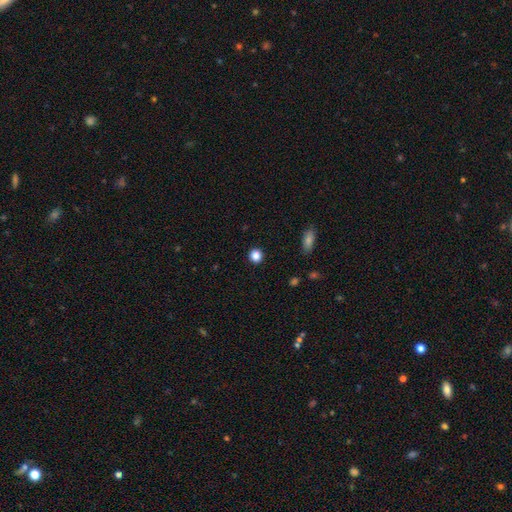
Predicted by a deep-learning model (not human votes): The model was most divided on "smooth or featured": smooth: 86%, star or artifact: 11%, featured or disk: 3%. More confident: merging — none (92%); how rounded — round (90%).